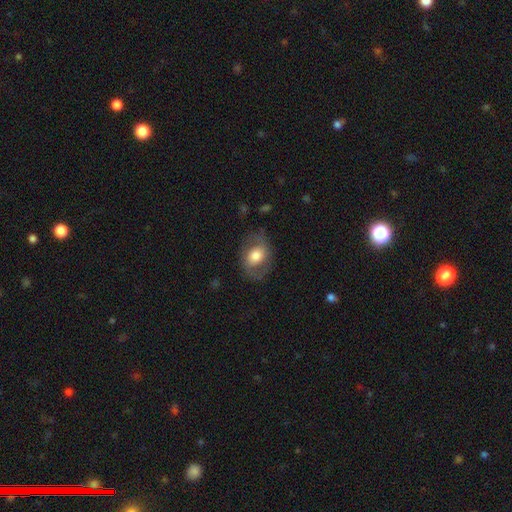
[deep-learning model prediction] Smooth or featured: smooth — 54% (featured or disk — 39%)
How rounded: in between — 66% (round — 33%)
Merging: none — 75% (minor disturbance — 15%)